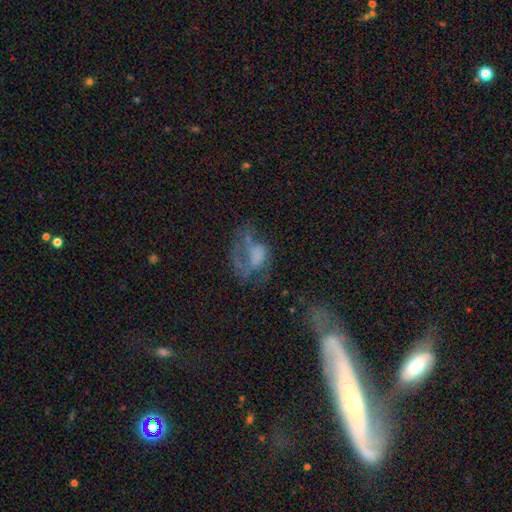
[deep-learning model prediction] Smooth or featured? Predicted: featured or disk (p=0.54). Edge-on disk? Predicted: no (p=0.98). Bar? Predicted: no (p=0.78). Spiral arms? Predicted: no (p=0.50, tied with yes). Bulge size? Predicted: none (p=0.52). Merging? Predicted: major disturbance (p=0.48).